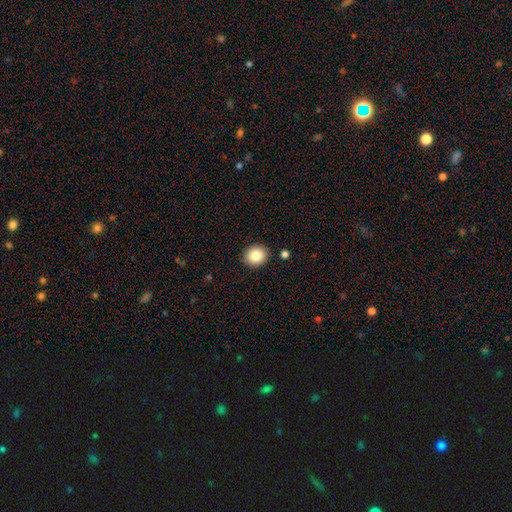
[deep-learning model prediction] A smooth galaxy with no disk features (85%) that is round (76%). Merging: none (90%).